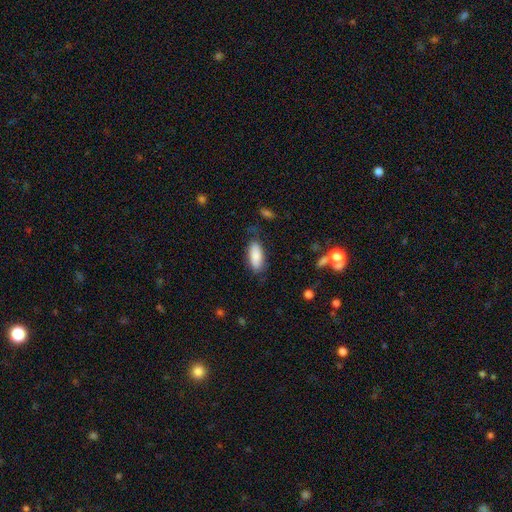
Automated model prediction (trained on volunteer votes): Overall: smooth (85%). How rounded: in between (82%). Merging: none (73%).